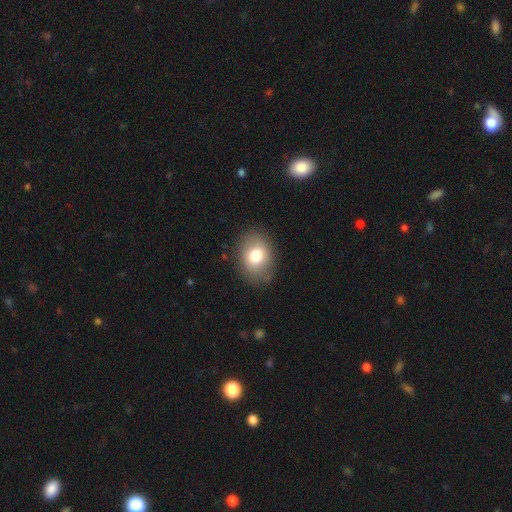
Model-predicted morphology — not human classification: A smooth galaxy with no disk features (77%) that is in between round and cigar-shaped (64%). Merging: none (83%).